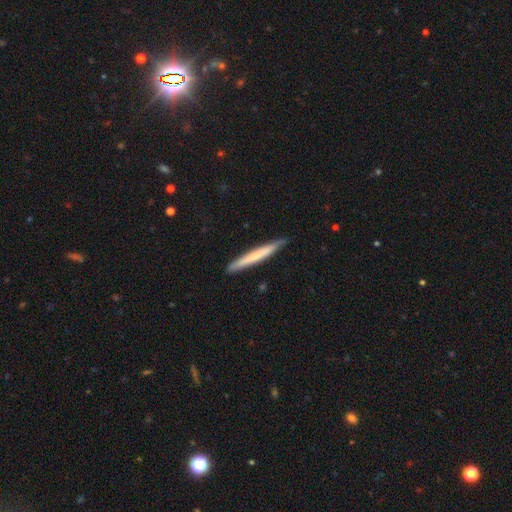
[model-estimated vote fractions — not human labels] A smooth galaxy with no disk features (60%) that is cigar-shaped (97%).

Vote fractions:
- Smooth or featured? smooth: 60% / featured or disk: 34% / star or artifact: 5%
- How rounded? cigar-shaped: 97% / in between: 2% / round: 1%
- Merging? none: 87% / minor disturbance: 10% / major disturbance: 1% / merger: 1%